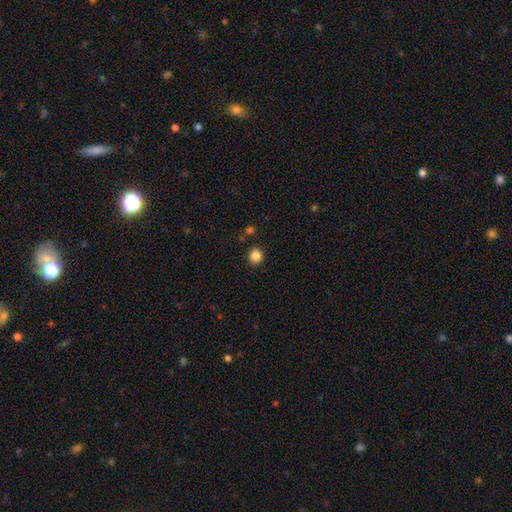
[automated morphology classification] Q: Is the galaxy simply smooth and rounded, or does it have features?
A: smooth — 85%.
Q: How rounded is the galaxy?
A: round — 84%.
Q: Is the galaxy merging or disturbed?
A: none — 87%.